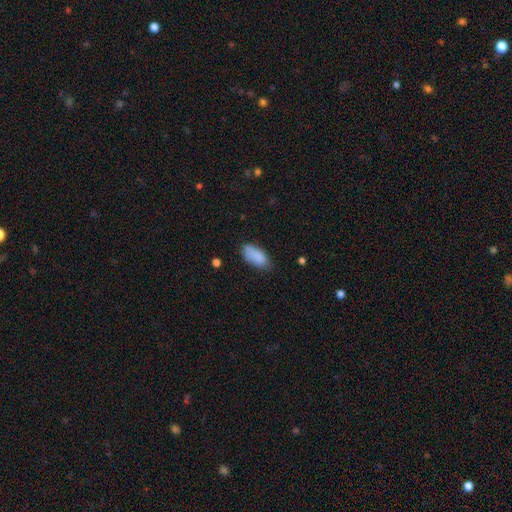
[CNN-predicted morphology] Smooth or featured? Predicted: smooth (p=0.86). How rounded? Predicted: in between (p=0.92). Merging? Predicted: none (p=0.67).